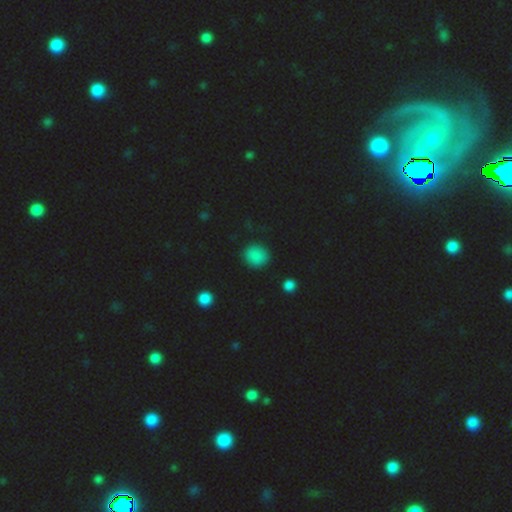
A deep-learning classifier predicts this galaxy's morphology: Smooth or featured? Predicted: smooth (p=0.81). How rounded? Predicted: round (p=0.80). Merging? Predicted: none (p=0.88).